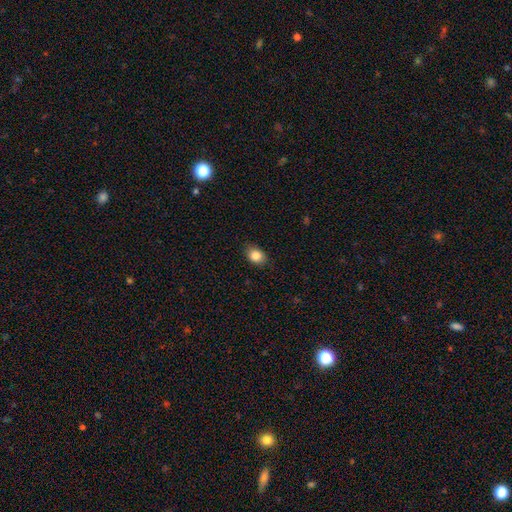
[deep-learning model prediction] Q: Smooth or featured?
A: smooth (85%); runner-up: star or artifact (9%)
Q: How rounded?
A: in between (66%); runner-up: round (32%)
Q: Merging?
A: none (84%); runner-up: minor disturbance (13%)